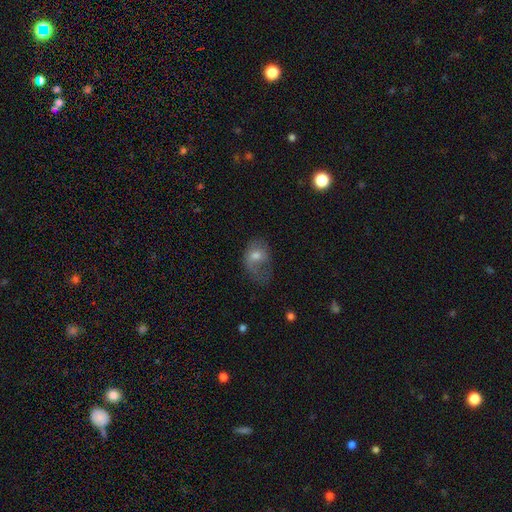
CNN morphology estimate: smooth-or-featured: smooth: 56% | featured or disk: 35% | star or artifact: 9%
  how-rounded: in between: 73% | round: 26% | cigar-shaped: 1%
  merging: major disturbance: 45% | minor disturbance: 27% | none: 25% | merger: 3%